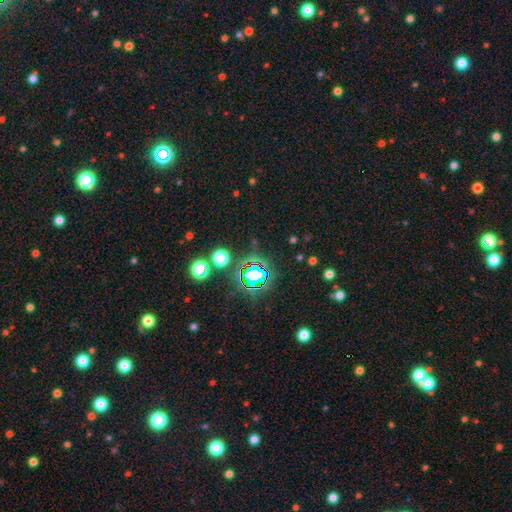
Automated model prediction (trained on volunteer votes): A star or artifact, not a galaxy (78%).